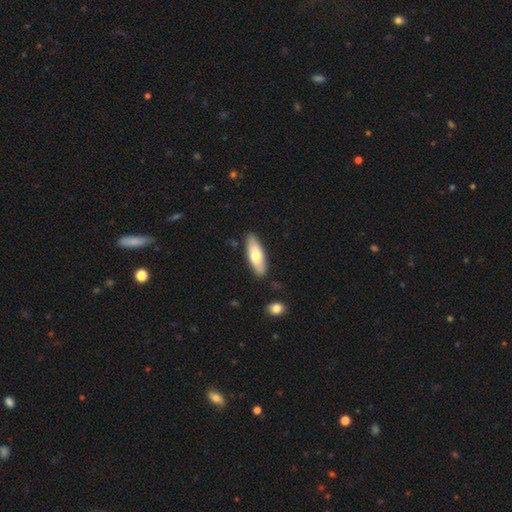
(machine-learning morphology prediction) Smooth or featured?
  - smooth: 67% *
  - featured or disk: 28%
  - star or artifact: 5%
How rounded?
  - in between: 59% *
  - cigar-shaped: 39%
  - round: 2%
Merging?
  - none: 86% *
  - minor disturbance: 10%
  - merger: 2%
  - major disturbance: 2%